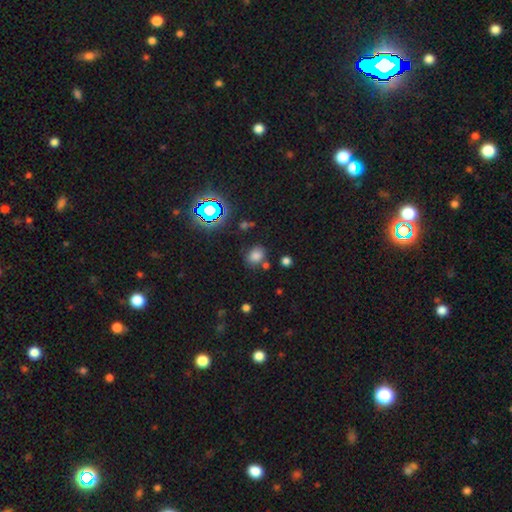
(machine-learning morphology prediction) smooth_or_featured: smooth (p=0.73) [alt: star or artifact p=0.20]
how_rounded: round (p=0.57) [alt: in between p=0.42]
merging: none (p=0.74) [alt: minor disturbance p=0.13]